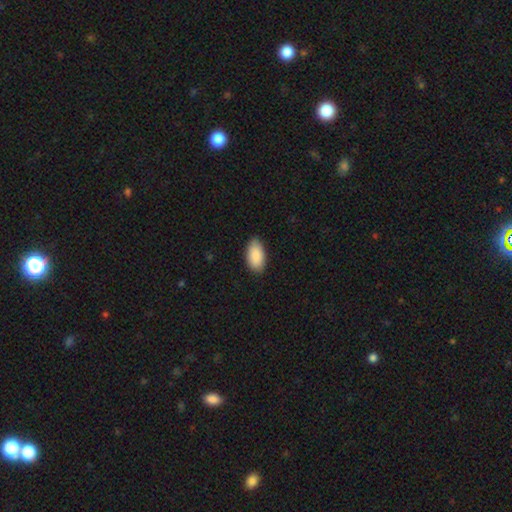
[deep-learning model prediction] This is clearly a smooth galaxy (91%). How rounded: clearly in between (95%). Merging: clearly none (85%).